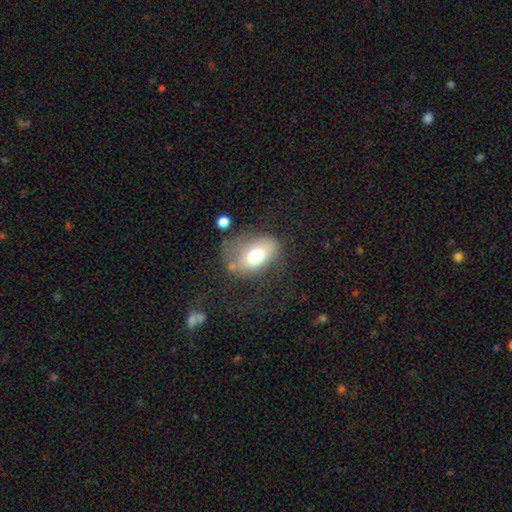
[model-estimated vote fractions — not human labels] Smooth or featured: smooth — 69% (featured or disk — 22%)
How rounded: in between — 82% (round — 17%)
Merging: none — 55% (minor disturbance — 24%)